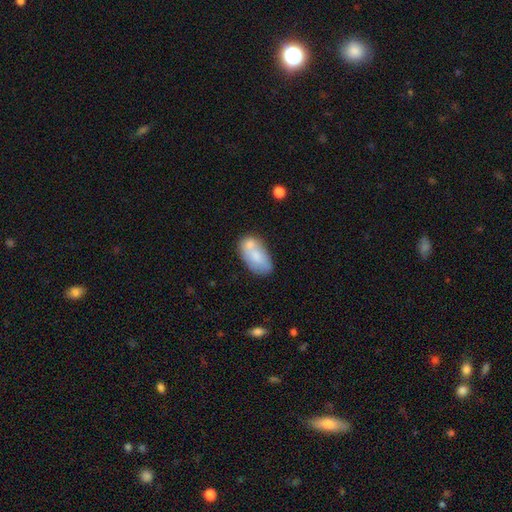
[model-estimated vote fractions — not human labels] Overall: smooth (68%). How rounded: in between (93%). Merging: none (42%; merger 31%).